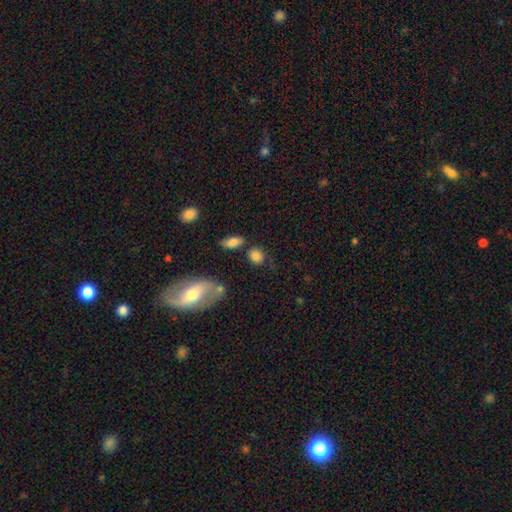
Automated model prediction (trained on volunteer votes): smooth_or_featured: smooth (p=0.83) [alt: star or artifact p=0.09]
how_rounded: round (p=0.54) [alt: in between p=0.43]
merging: none (p=0.63) [alt: minor disturbance p=0.18]